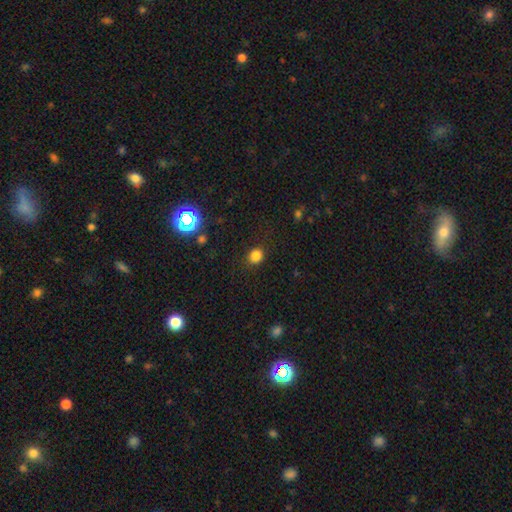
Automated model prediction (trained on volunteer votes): This appears to be a smooth galaxy with no disk features (82%) that is round (74%). Merging: none (86%).